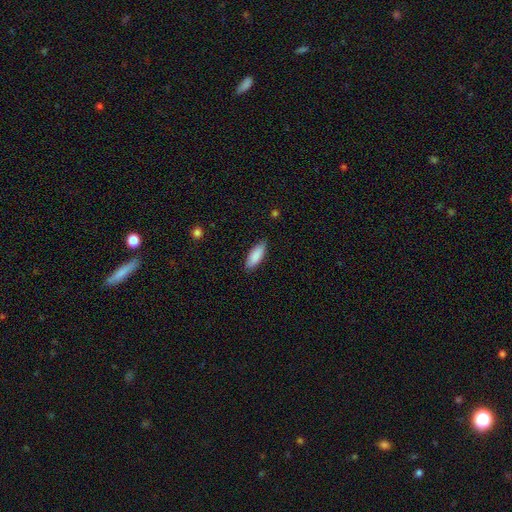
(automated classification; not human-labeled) smooth-or-featured: smooth: 89% | star or artifact: 6% | featured or disk: 5%
  how-rounded: in between: 72% | cigar-shaped: 26% | round: 1%
  merging: none: 87% | minor disturbance: 10% | major disturbance: 2% | merger: 1%